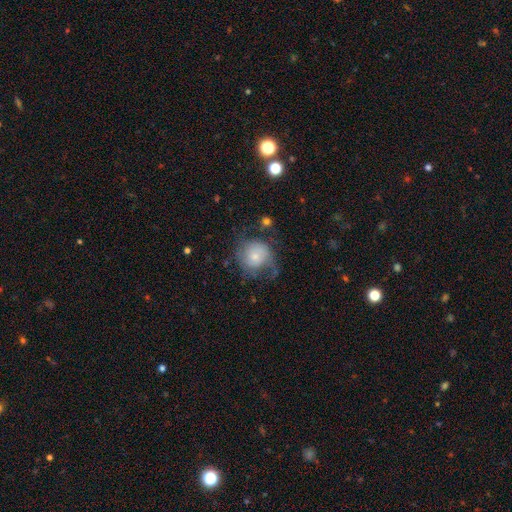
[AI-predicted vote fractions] Smooth or featured?
  - smooth: 51% *
  - featured or disk: 40%
  - star or artifact: 9%
How rounded?
  - round: 82% *
  - in between: 17%
  - cigar-shaped: 1%
Merging?
  - none: 45% *
  - minor disturbance: 27%
  - major disturbance: 25%
  - merger: 3%